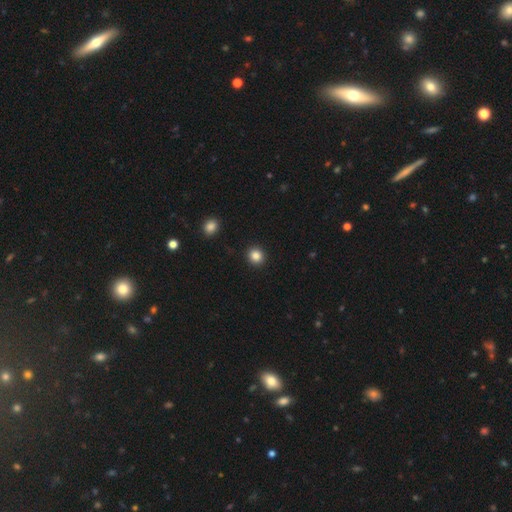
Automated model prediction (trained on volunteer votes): This appears to be a smooth galaxy with no disk features (85%) that is round (91%). Merging: none (93%).